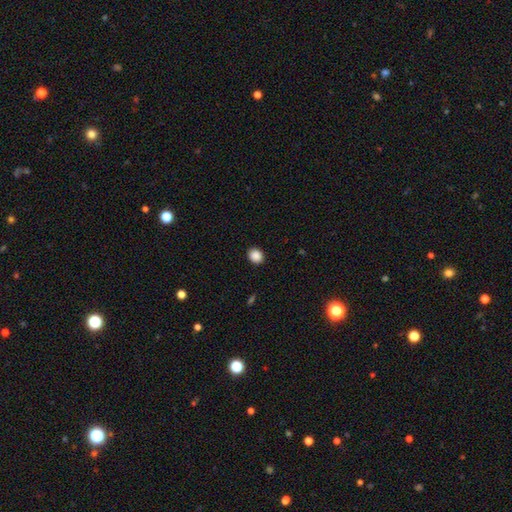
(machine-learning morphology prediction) The model was most divided on "how rounded": round: 68%, in between: 31%, cigar-shaped: 1%. More confident: merging — none (91%); smooth or featured — smooth (89%).